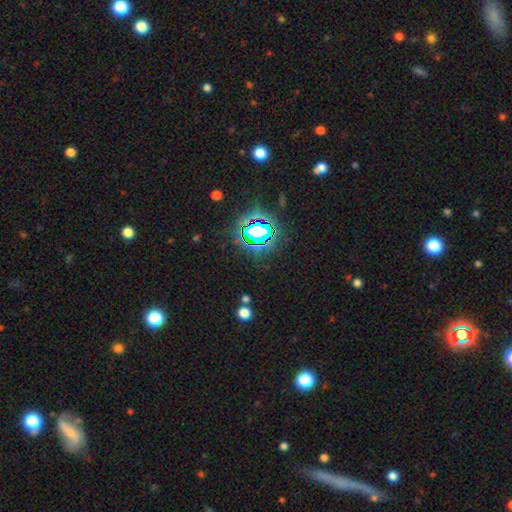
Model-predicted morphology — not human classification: The model was most divided on "smooth or featured": star or artifact: 81%, smooth: 12%, featured or disk: 7%.